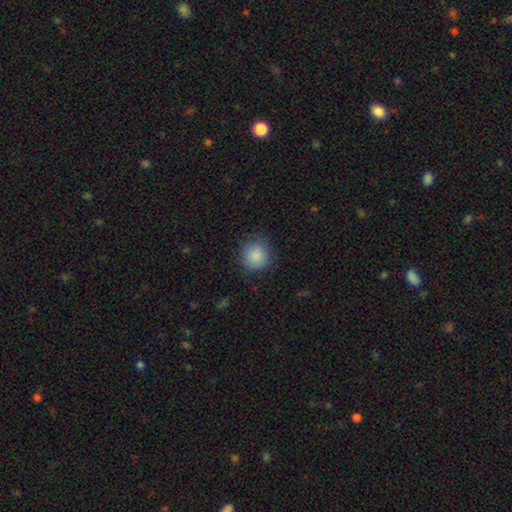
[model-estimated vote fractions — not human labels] Morphology: type=smooth (88%); roundness=round (90%); merging=none (84%).